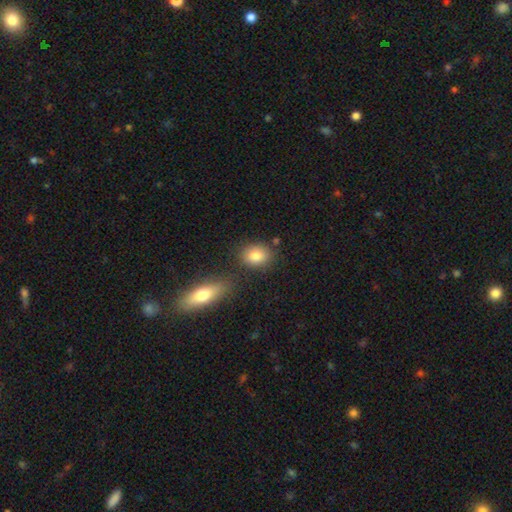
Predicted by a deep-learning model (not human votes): Smooth or featured: smooth — 83% (star or artifact — 9%)
How rounded: in between — 52% (round — 46%)
Merging: none — 76% (minor disturbance — 11%)